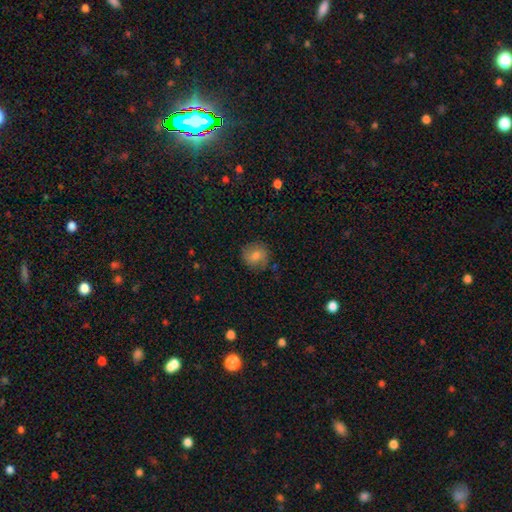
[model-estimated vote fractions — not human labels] A smooth galaxy with no disk features (72%) that is round (84%). Merging: none (75%).